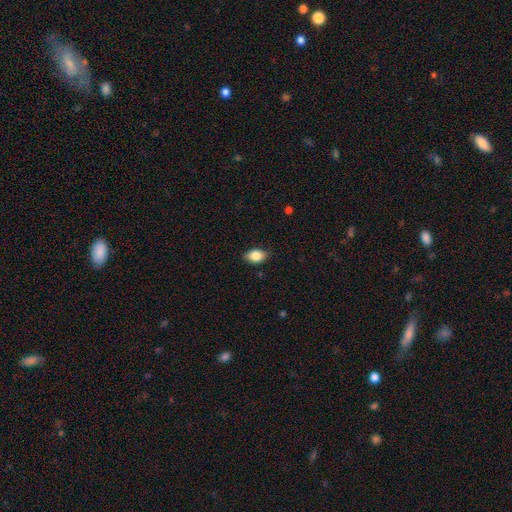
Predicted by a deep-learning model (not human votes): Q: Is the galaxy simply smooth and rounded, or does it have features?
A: smooth — 83%.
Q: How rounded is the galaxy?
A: in between — 85%.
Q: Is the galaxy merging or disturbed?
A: none — 84%.